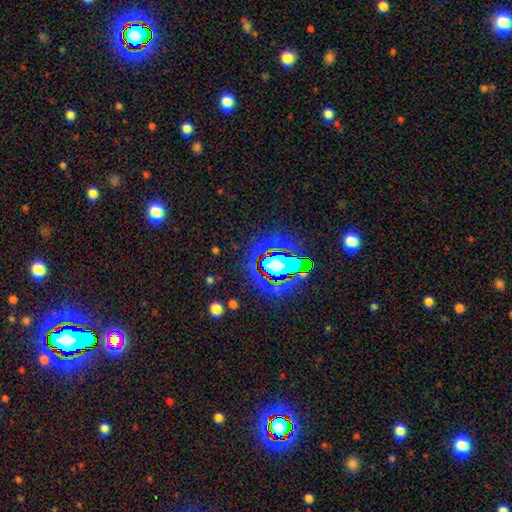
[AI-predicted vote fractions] smooth_or_featured: star or artifact (p=0.75) [alt: smooth p=0.14]